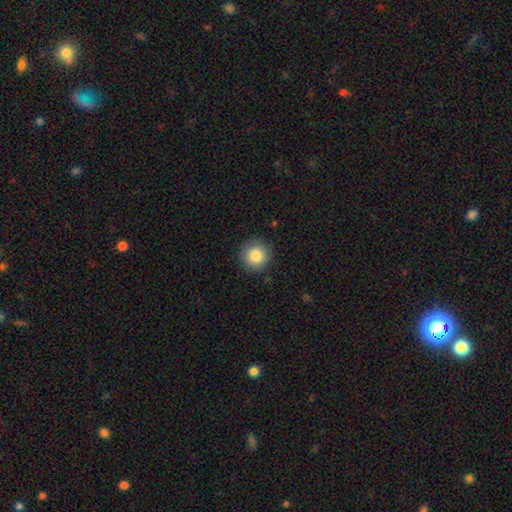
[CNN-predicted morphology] Smooth or featured? smooth (86%)
How rounded? round (94%)
Merging? none (90%)